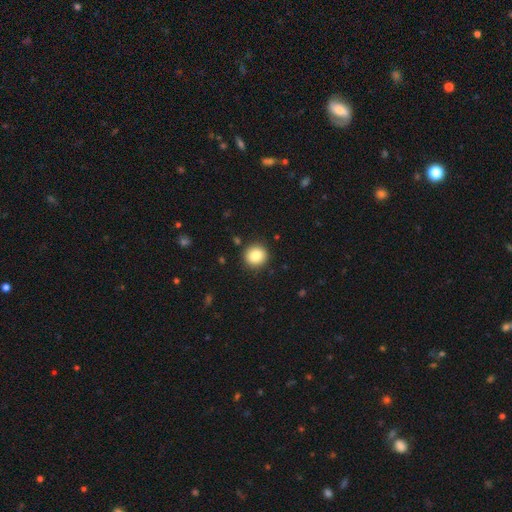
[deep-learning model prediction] A smooth galaxy with no disk features (86%) that is round (92%). Merging: none (90%).